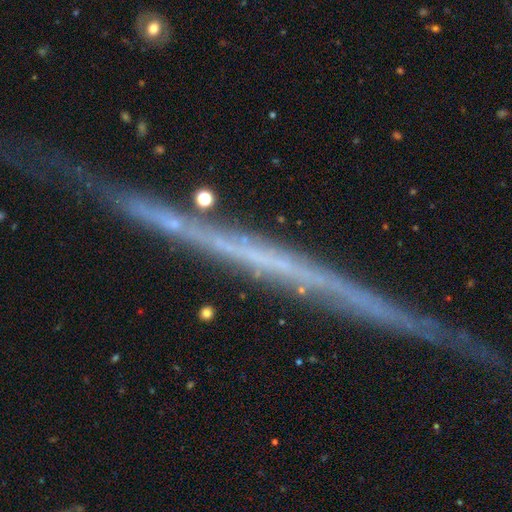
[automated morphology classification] A featured or disk galaxy (74%) viewed edge-on (96%) with no central bulge (86%). Merging: none (79%).